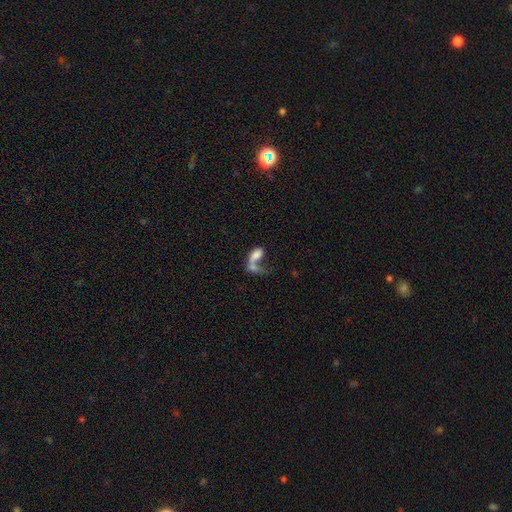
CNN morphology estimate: Smooth or featured? Predicted: smooth (p=0.57). How rounded? Predicted: in between (p=0.78). Merging? Predicted: merger (p=0.54).